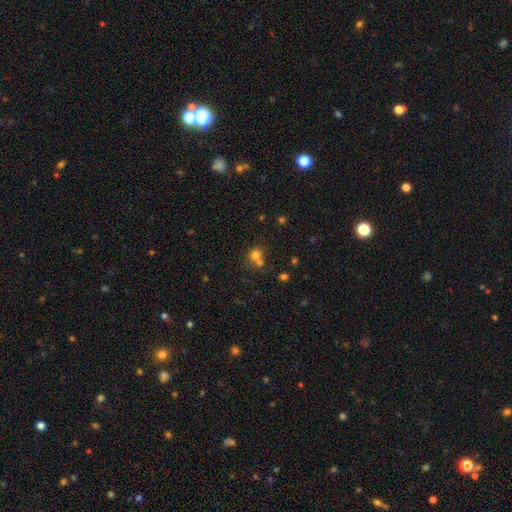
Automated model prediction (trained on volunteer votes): A smooth galaxy with no disk features (74%) that is round (81%). Merging: merger (48%).